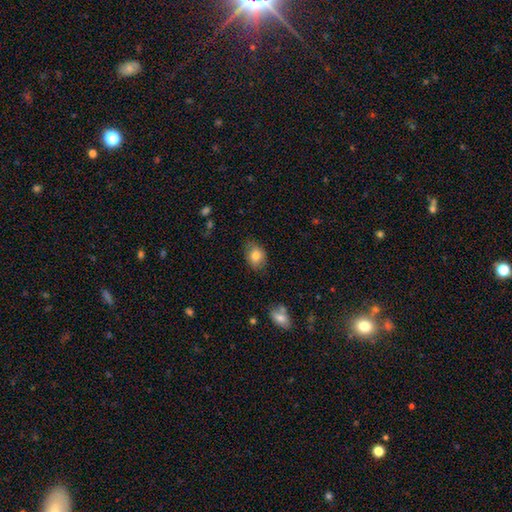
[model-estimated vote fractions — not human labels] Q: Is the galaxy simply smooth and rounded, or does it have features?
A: smooth — 80%.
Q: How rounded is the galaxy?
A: in between — 67%.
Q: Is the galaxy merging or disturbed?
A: none — 74%.